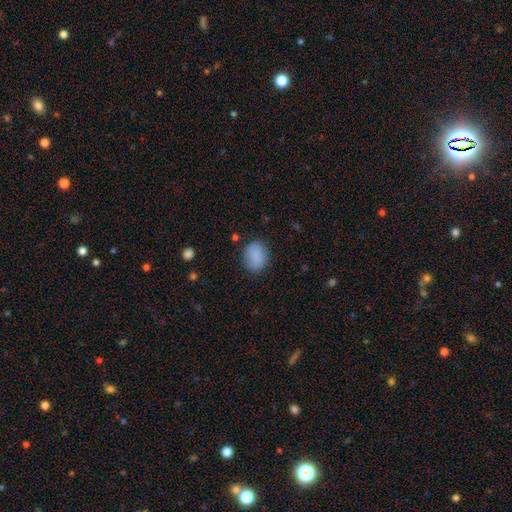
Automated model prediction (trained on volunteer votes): Smooth or featured: smooth — 87% (star or artifact — 8%)
How rounded: round — 51% (in between — 48%)
Merging: none — 82% (minor disturbance — 13%)